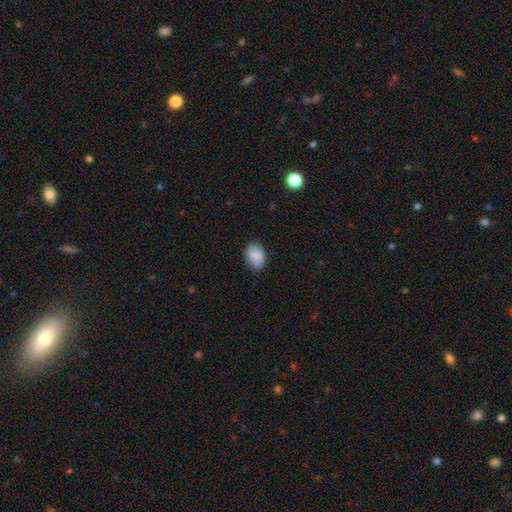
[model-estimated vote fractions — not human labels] A smooth galaxy with no disk features (86%) that is in between round and cigar-shaped (80%).

Vote fractions:
- Smooth or featured? smooth: 86% / star or artifact: 7% / featured or disk: 7%
- How rounded? in between: 80% / round: 19% / cigar-shaped: 1%
- Merging? none: 84% / minor disturbance: 12% / major disturbance: 3% / merger: 1%